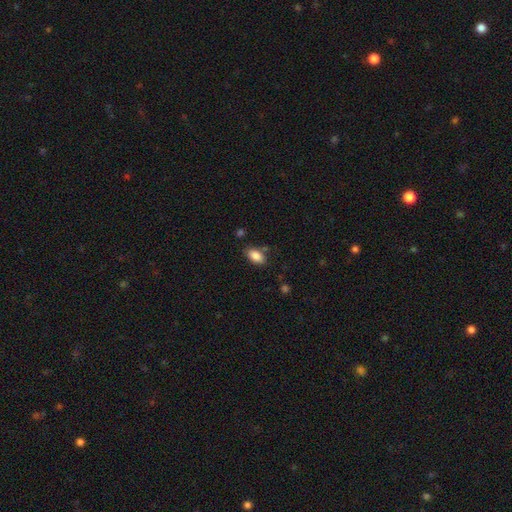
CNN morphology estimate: A smooth galaxy with no disk features (87%) that is in between round and cigar-shaped (92%). Merging: none (79%).